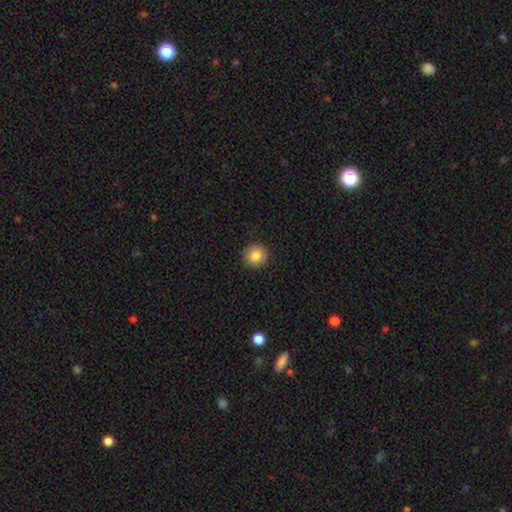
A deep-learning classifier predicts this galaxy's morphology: smooth 83%, star or artifact 10%, featured or disk 7%. Down the decision tree: how rounded — round (93%); merging — none (92%).